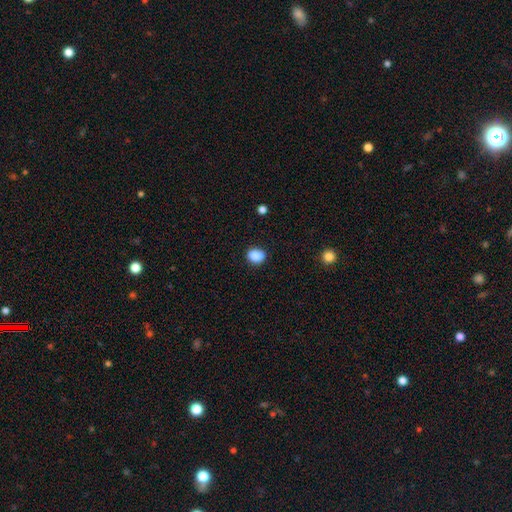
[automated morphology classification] This is clearly a smooth galaxy (87%). How rounded: possibly round (56%). Merging: clearly none (84%).